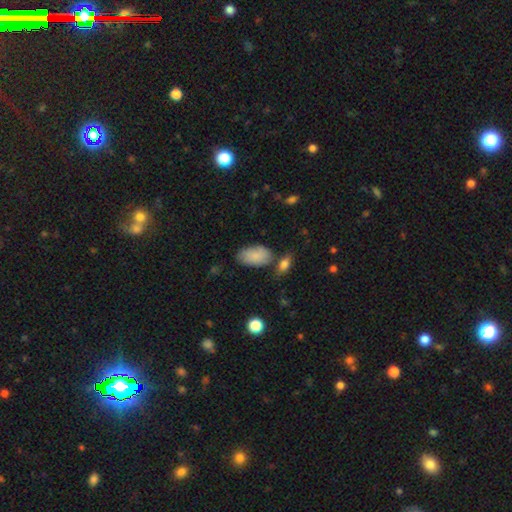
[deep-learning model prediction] A smooth galaxy with no disk features (84%) that is in between round and cigar-shaped (94%).

Vote fractions:
- Smooth or featured? smooth: 84% / featured or disk: 10% / star or artifact: 6%
- How rounded? in between: 94% / round: 4% / cigar-shaped: 2%
- Merging? none: 63% / minor disturbance: 21% / merger: 11% / major disturbance: 6%